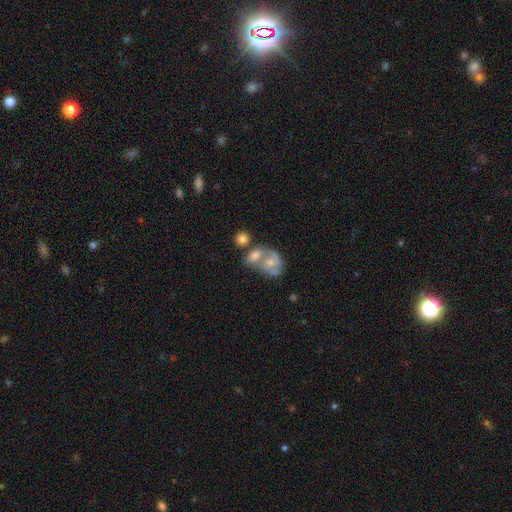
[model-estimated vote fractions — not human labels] Smooth or featured?
  - smooth: 49% *
  - featured or disk: 40%
  - star or artifact: 10%
Merging?
  - merger: 49% *
  - none: 32%
  - minor disturbance: 13%
  - major disturbance: 7%